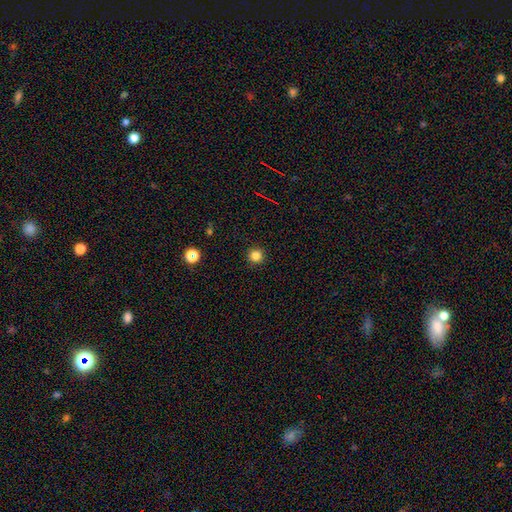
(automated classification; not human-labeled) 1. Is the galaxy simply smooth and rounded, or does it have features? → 82% smooth, 13% star or artifact, 4% featured or disk.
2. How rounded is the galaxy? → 96% round, 3% in between, 1% cigar-shaped.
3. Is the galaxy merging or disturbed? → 92% none, 5% minor disturbance, 2% major disturbance, 1% merger.